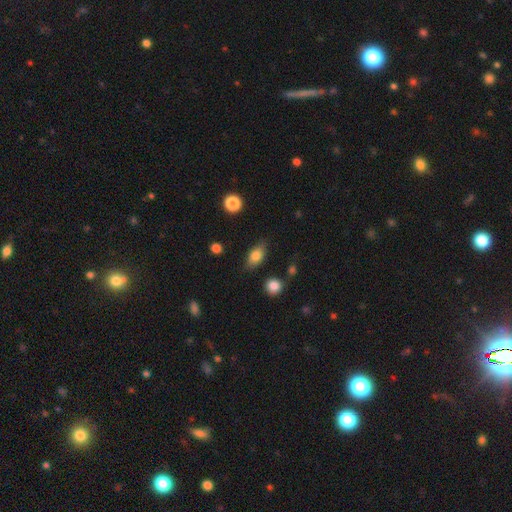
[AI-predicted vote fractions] smooth 78%, featured or disk 15%, star or artifact 8%. Down the decision tree: how rounded — in between (85%); merging — none (78%).